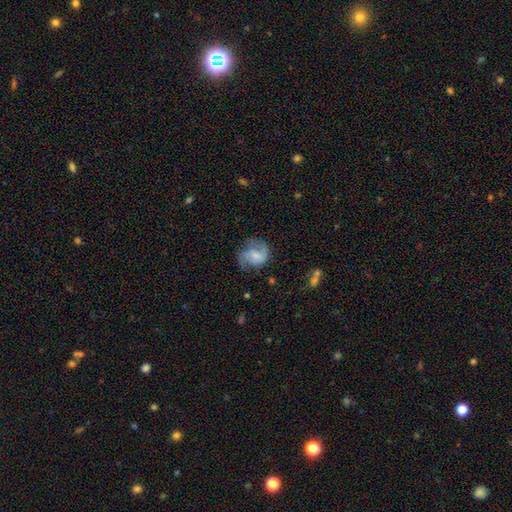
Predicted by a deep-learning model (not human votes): smooth_or_featured: featured or disk (p=0.60) [alt: smooth p=0.31]
disk_edge_on: no (p=0.98) [alt: yes p=0.02]
bar: weak (p=0.44) [alt: no p=0.43]
has_spiral_arms: yes (p=0.87) [alt: no p=0.13]
spiral_winding: medium (p=0.45) [alt: loose p=0.38]
spiral_arm_count: 2 (p=0.70) [alt: can't tell p=0.11]
bulge_size: small (p=0.33) [tied with: none p=0.33]
merging: none (p=0.57) [alt: minor disturbance p=0.23]